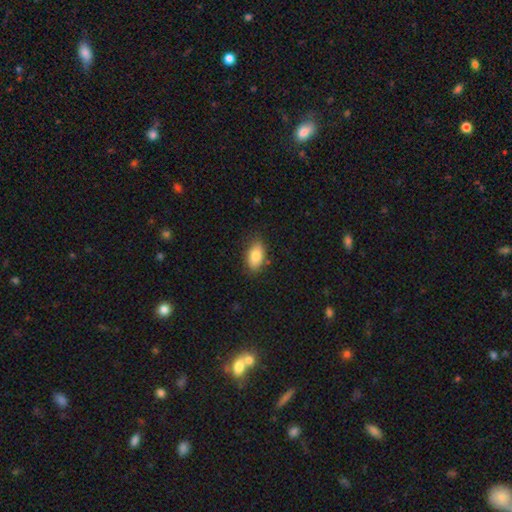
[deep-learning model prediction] Smooth or featured?
  - smooth: 83% *
  - featured or disk: 10%
  - star or artifact: 7%
How rounded?
  - in between: 91% *
  - round: 6%
  - cigar-shaped: 3%
Merging?
  - none: 81% *
  - minor disturbance: 14%
  - major disturbance: 3%
  - merger: 1%